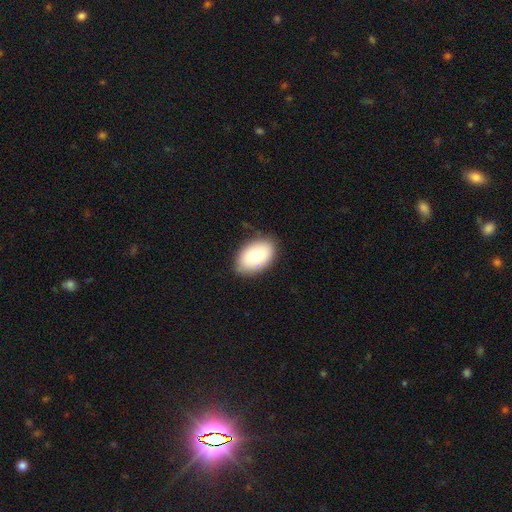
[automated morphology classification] The model was most divided on "smooth or featured": smooth: 80%, featured or disk: 13%, star or artifact: 6%. More confident: how rounded — in between (91%); merging — none (84%).